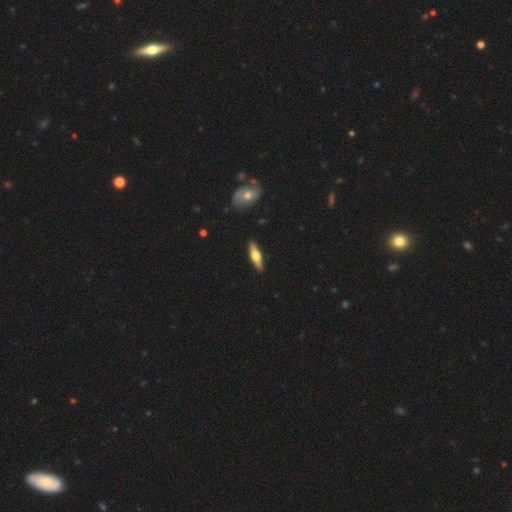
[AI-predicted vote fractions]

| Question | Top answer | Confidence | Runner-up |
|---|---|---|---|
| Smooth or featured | featured or disk | 56% | smooth (39%) |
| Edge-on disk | yes | 94% | no (6%) |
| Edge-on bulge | rounded | 93% | boxy (5%) |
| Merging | none | 89% | minor disturbance (8%) |